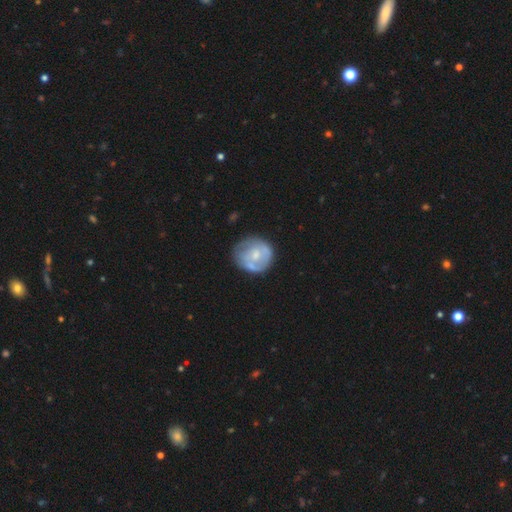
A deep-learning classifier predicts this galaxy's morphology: type=featured or disk (49%); merging=none (59%).